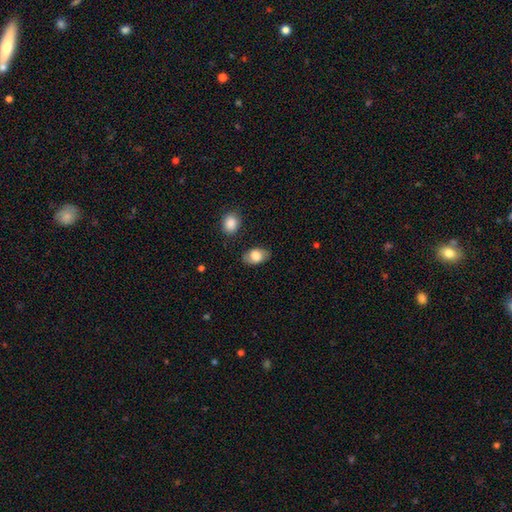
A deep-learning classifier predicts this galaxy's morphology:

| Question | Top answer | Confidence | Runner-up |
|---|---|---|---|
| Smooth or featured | smooth | 76% | featured or disk (17%) |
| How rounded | in between | 90% | round (8%) |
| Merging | none | 82% | minor disturbance (13%) |